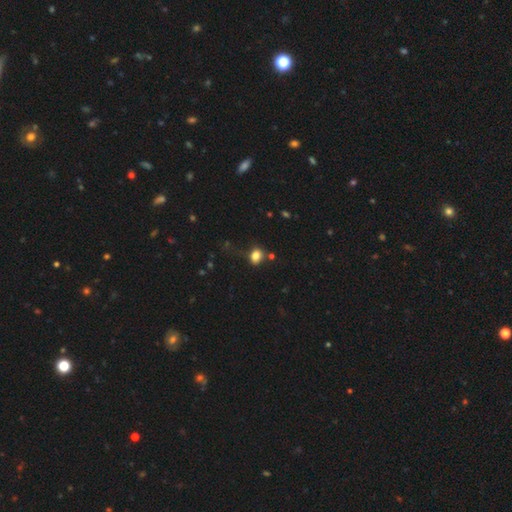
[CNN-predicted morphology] The model was most divided on "how rounded": in between: 55%, round: 44%, cigar-shaped: 1%. More confident: smooth or featured — smooth (82%); merging — none (64%).